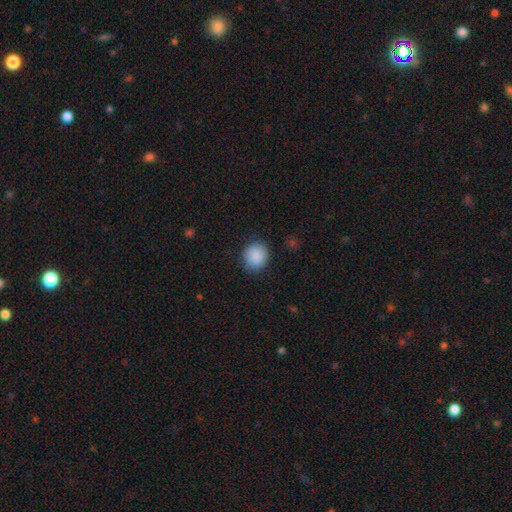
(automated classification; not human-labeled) This is clearly a smooth galaxy (89%). How rounded: likely round (80%). Merging: clearly none (85%).